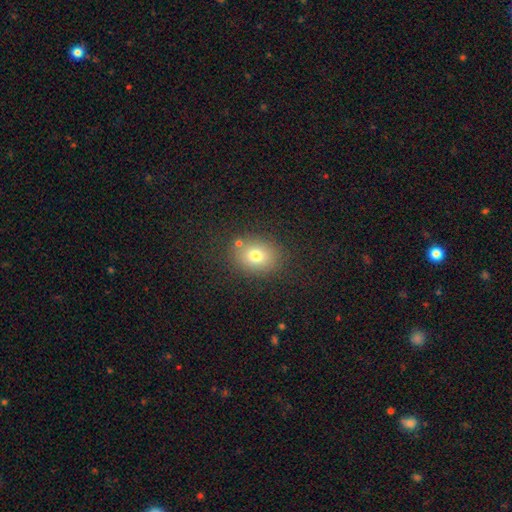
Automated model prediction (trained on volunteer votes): smooth 75%, star or artifact 13%, featured or disk 11%. Down the decision tree: how rounded — round (50%); merging — none (80%).